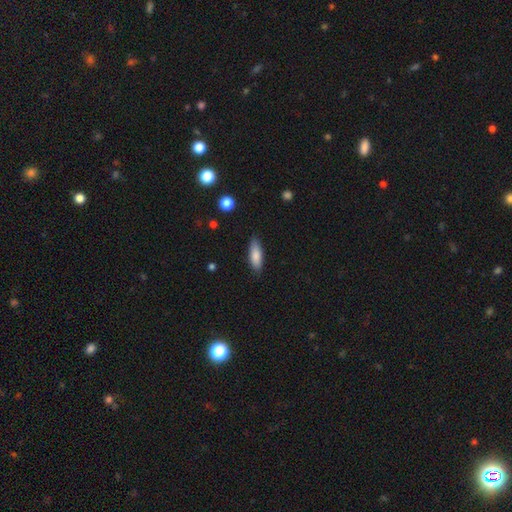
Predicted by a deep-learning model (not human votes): Smooth or featured? smooth (83%)
How rounded? in between (59%)
Merging? none (84%)